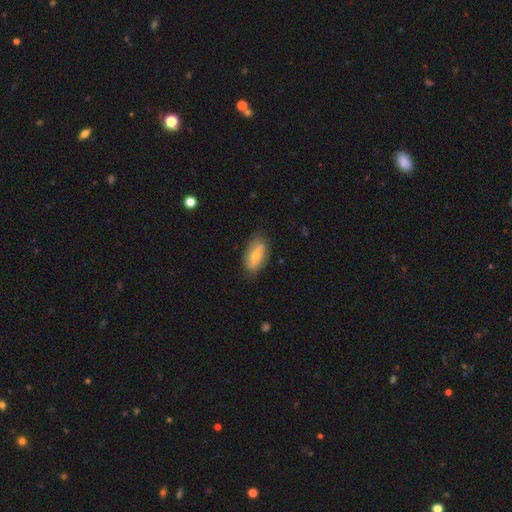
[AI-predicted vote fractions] A smooth galaxy with no disk features (57%) that is in between round and cigar-shaped (89%). Merging: none (76%).